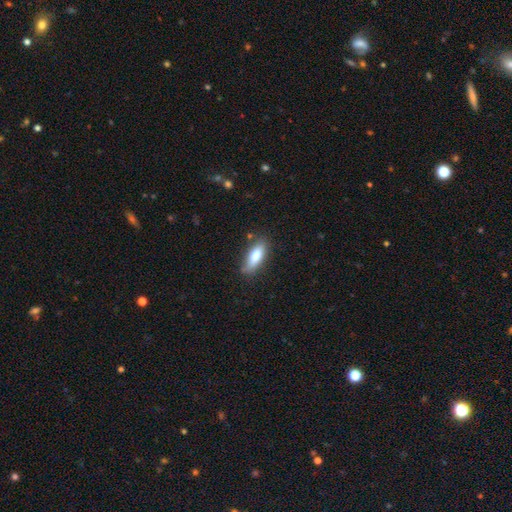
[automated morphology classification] smooth-or-featured: smooth: 75% | featured or disk: 18% | star or artifact: 6%
  how-rounded: in between: 66% | cigar-shaped: 32% | round: 2%
  merging: none: 78% | minor disturbance: 17% | major disturbance: 3% | merger: 2%